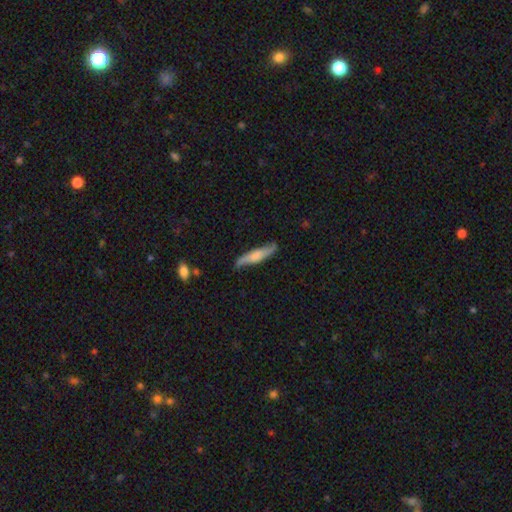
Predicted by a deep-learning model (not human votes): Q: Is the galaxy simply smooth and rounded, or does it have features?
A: featured or disk — 48%.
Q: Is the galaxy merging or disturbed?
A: none — 72%.